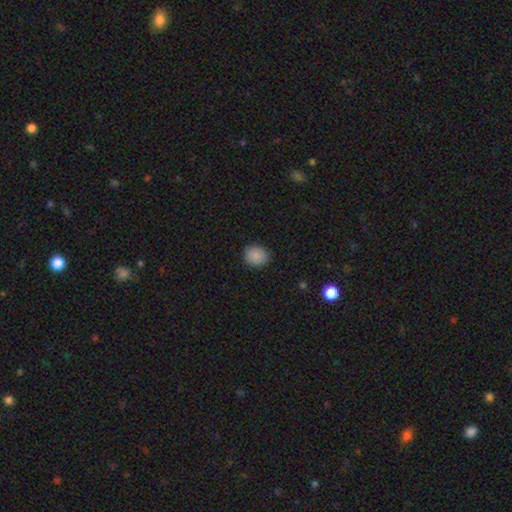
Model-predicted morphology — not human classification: Smooth or featured?
  - smooth: 88% *
  - star or artifact: 9%
  - featured or disk: 3%
How rounded?
  - round: 71% *
  - in between: 29%
  - cigar-shaped: 1%
Merging?
  - none: 89% *
  - minor disturbance: 8%
  - major disturbance: 2%
  - merger: 1%